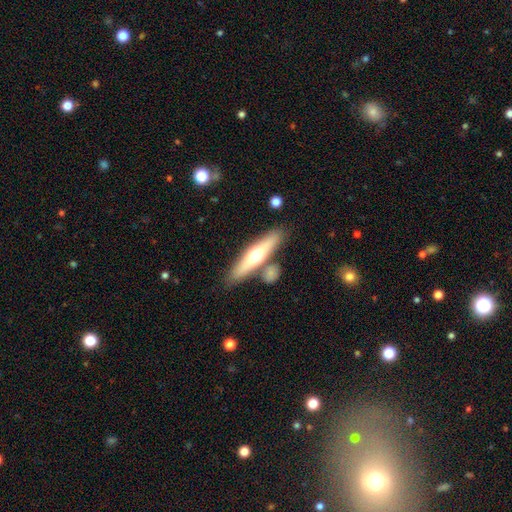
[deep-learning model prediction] Smooth or featured: featured or disk — 48% (smooth — 47%)
Merging: none — 76% (merger — 11%)